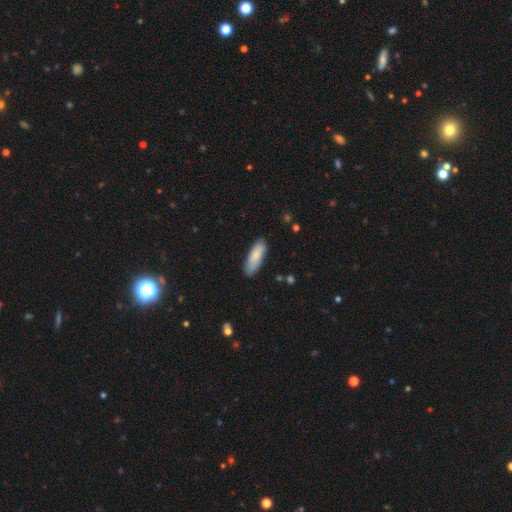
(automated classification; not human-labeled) Smooth or featured?
  - smooth: 84% *
  - featured or disk: 11%
  - star or artifact: 5%
How rounded?
  - in between: 58% *
  - cigar-shaped: 41%
  - round: 2%
Merging?
  - none: 82% *
  - minor disturbance: 14%
  - major disturbance: 2%
  - merger: 1%